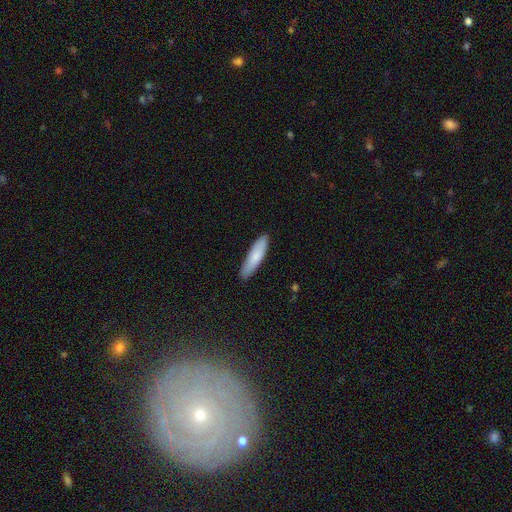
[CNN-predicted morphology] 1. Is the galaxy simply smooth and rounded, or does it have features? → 81% smooth, 14% featured or disk, 5% star or artifact.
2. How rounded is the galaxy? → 73% cigar-shaped, 26% in between, 1% round.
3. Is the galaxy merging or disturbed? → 88% none, 9% minor disturbance, 2% major disturbance, 1% merger.